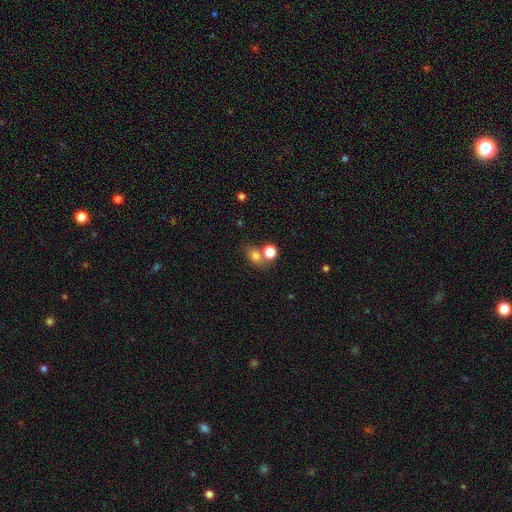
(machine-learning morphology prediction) Smooth or featured: smooth — 76% (star or artifact — 14%)
How rounded: round — 53% (in between — 45%)
Merging: none — 51% (merger — 33%)